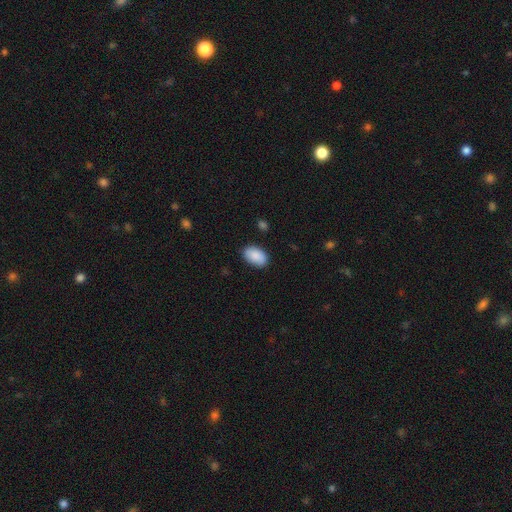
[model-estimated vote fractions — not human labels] Smooth or featured? smooth (89%)
How rounded? in between (93%)
Merging? none (86%)